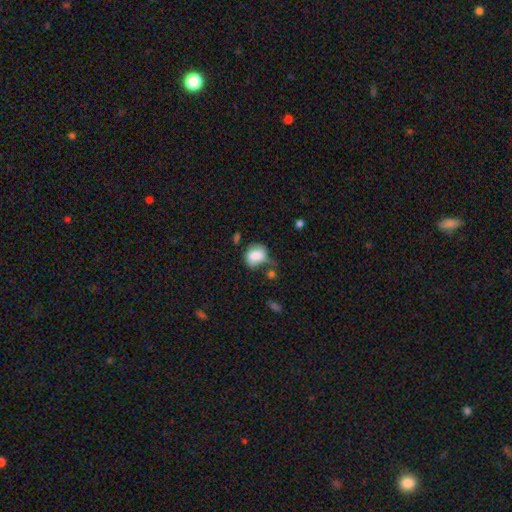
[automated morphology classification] smooth_or_featured: smooth (p=0.81) [alt: featured or disk p=0.11]
how_rounded: in between (p=0.53) [alt: round p=0.46]
merging: none (p=0.41) [alt: minor disturbance p=0.30]